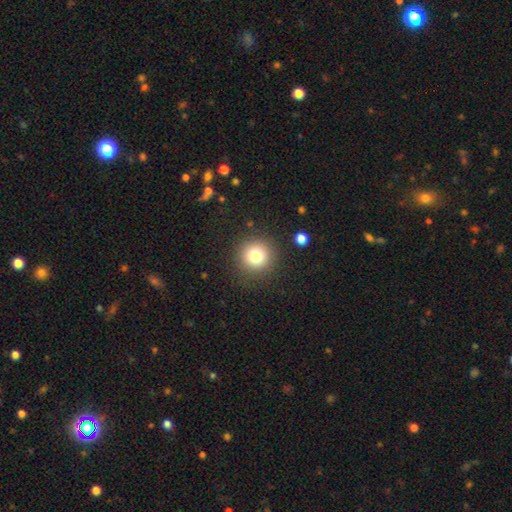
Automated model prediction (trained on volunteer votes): smooth 78%, star or artifact 12%, featured or disk 9%. Down the decision tree: how rounded — round (94%); merging — none (89%).